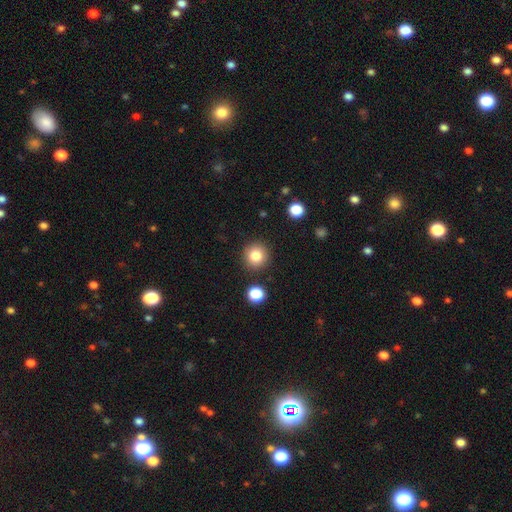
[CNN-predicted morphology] smooth 83%, star or artifact 11%, featured or disk 6%. Down the decision tree: how rounded — round (94%); merging — none (89%).